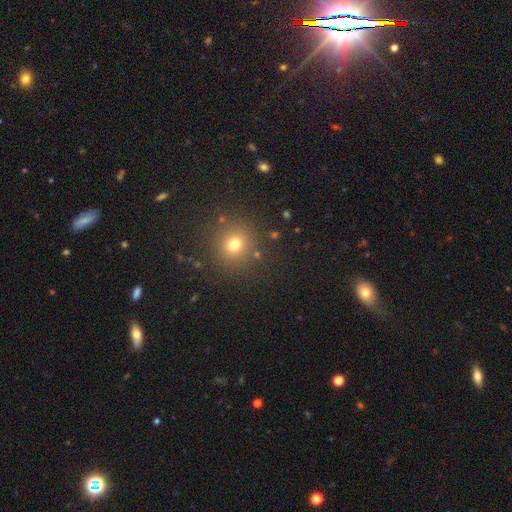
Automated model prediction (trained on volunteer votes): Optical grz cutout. It shows a smooth galaxy with no disk features (60%) that is round (92%). Merging: none (88%).